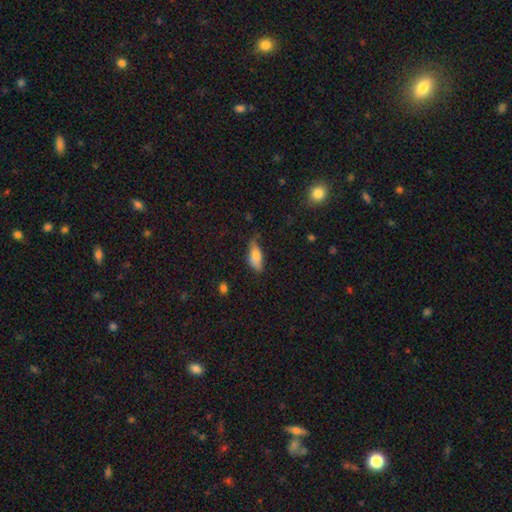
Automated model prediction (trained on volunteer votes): The model was most divided on "merging": none: 54%, minor disturbance: 34%, major disturbance: 10%, merger: 2%. More confident: how rounded — in between (75%); smooth or featured — smooth (73%).